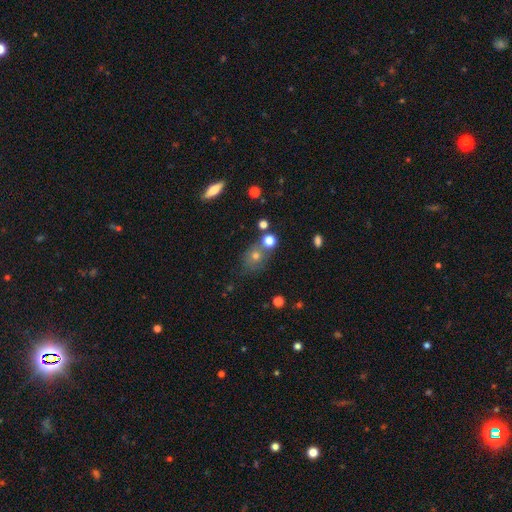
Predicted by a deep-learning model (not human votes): The model was most divided on "how rounded": round: 64%, in between: 34%, cigar-shaped: 2%. More confident: smooth or featured — smooth (64%); merging — none (62%).